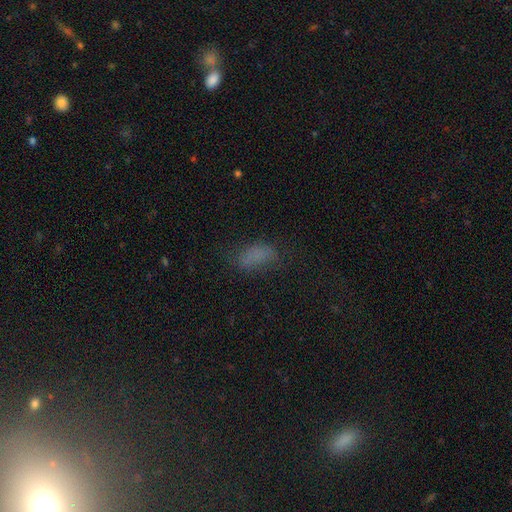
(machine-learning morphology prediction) This is likely a smooth galaxy (73%). How rounded: clearly in between (88%). Merging: likely none (62%).